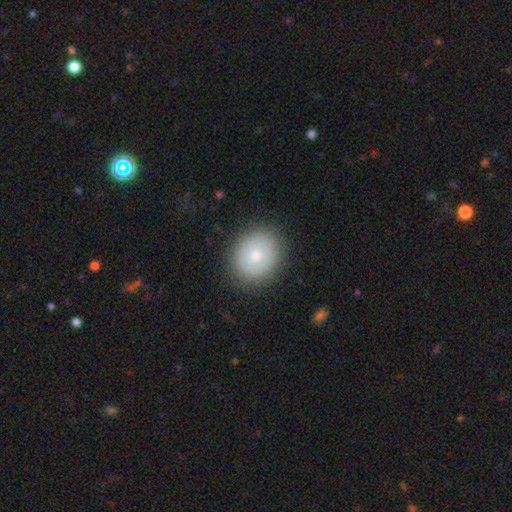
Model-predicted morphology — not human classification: Smooth or featured? smooth (71%)
How rounded? round (69%)
Merging? none (86%)